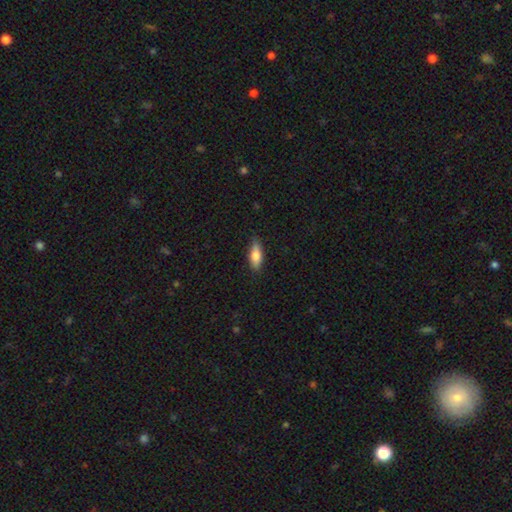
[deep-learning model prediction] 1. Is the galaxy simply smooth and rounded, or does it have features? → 76% smooth, 18% featured or disk, 6% star or artifact.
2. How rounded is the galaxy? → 65% in between, 33% cigar-shaped, 3% round.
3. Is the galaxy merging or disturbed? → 82% none, 15% minor disturbance, 2% major disturbance, 1% merger.